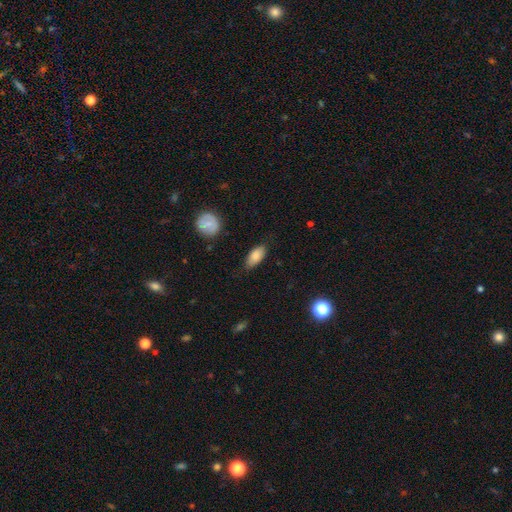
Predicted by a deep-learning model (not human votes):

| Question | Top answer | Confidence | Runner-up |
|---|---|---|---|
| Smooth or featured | smooth | 82% | featured or disk (11%) |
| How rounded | in between | 87% | cigar-shaped (10%) |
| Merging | none | 76% | minor disturbance (19%) |